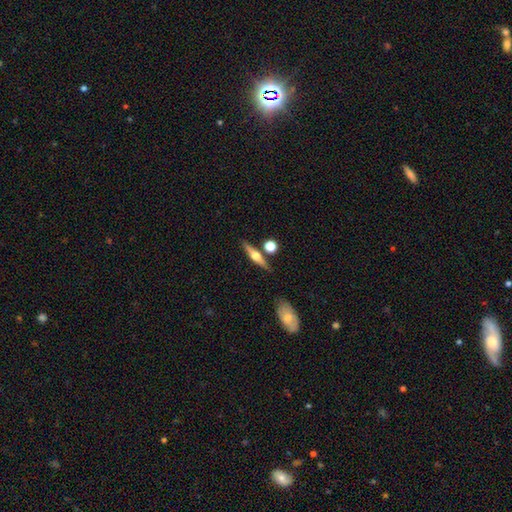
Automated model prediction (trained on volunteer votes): This appears to be a featured or disk galaxy (65%) viewed edge-on (96%) with a rounded central bulge (95%). Merging: none (81%).